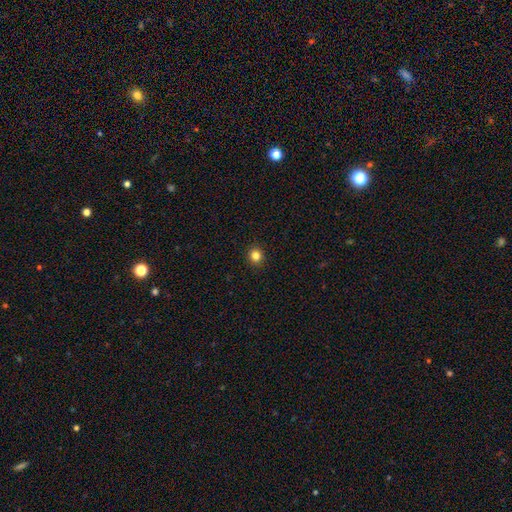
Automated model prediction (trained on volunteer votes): Smooth or featured: smooth — 83% (star or artifact — 13%)
How rounded: round — 86% (in between — 13%)
Merging: none — 92% (minor disturbance — 5%)